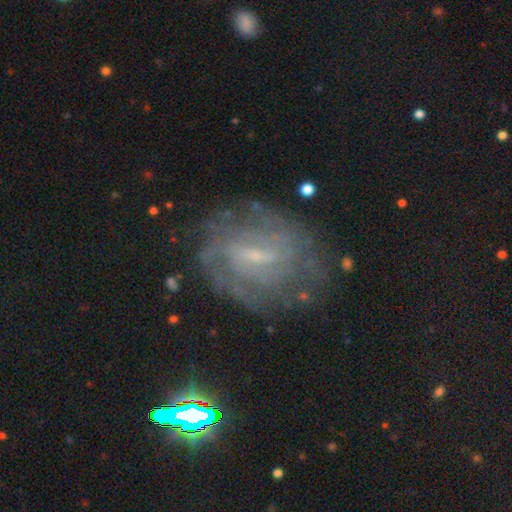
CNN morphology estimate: Smooth or featured? Predicted: featured or disk (p=0.75). Edge-on disk? Predicted: no (p=0.96). Bar? Predicted: weak (p=0.57). Spiral arms? Predicted: yes (p=0.84). Spiral winding? Predicted: tight (p=0.57). Spiral arm count? Predicted: can't tell (p=0.54). Bulge size? Predicted: small (p=0.61). Merging? Predicted: none (p=0.70).